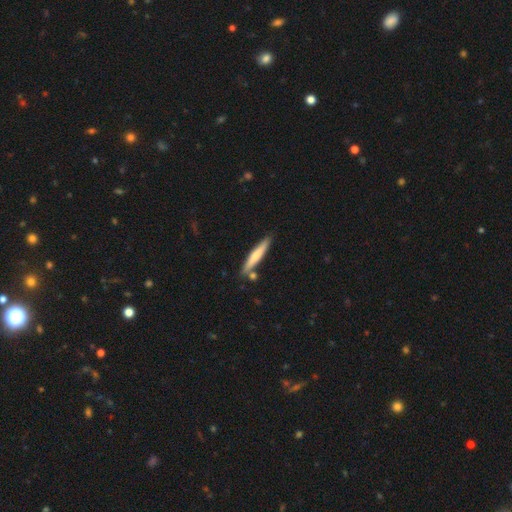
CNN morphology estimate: A smooth galaxy with no disk features (61%) that is cigar-shaped (92%). Merging: none (81%).